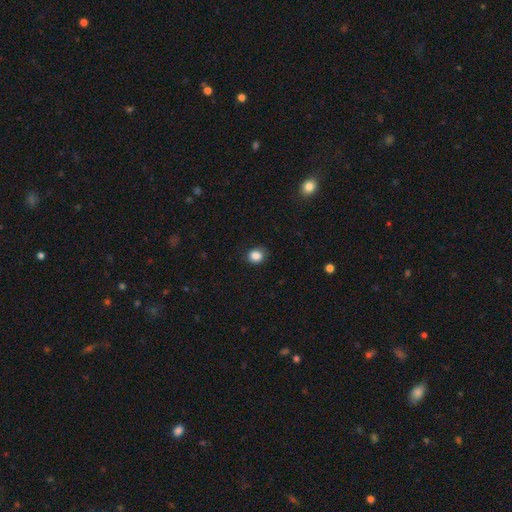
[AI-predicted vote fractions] smooth 86%, star or artifact 10%, featured or disk 4%. Down the decision tree: how rounded — round (65%); merging — none (82%).